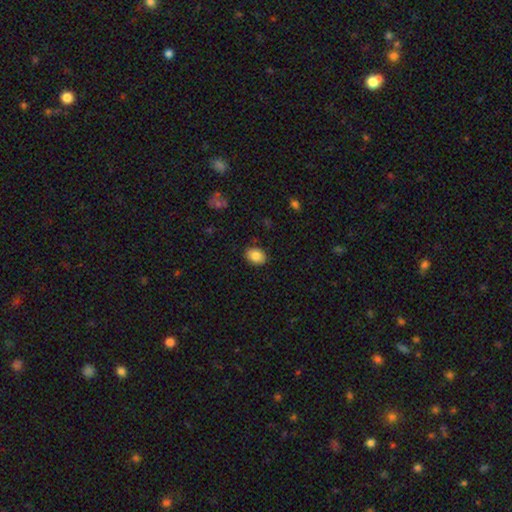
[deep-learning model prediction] This is clearly a smooth galaxy (85%). How rounded: likely in between (73%). Merging: clearly none (88%).